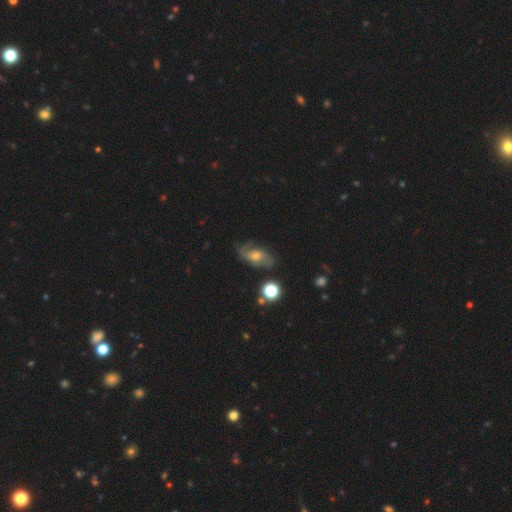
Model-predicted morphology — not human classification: Smooth or featured?
  - featured or disk: 64% *
  - smooth: 23%
  - star or artifact: 13%
Edge-on disk?
  - no: 92% *
  - yes: 8%
Bar?
  - no: 55% *
  - weak: 37%
  - strong: 8%
Spiral arms?
  - yes: 87% *
  - no: 13%
Spiral winding?
  - medium: 44% *
  - loose: 28%
  - tight: 28%
Spiral arm count?
  - 2: 64% *
  - can't tell: 20%
  - 1: 6%
  - 3: 5%
  - 4: 2%
  - more than 4: 2%
Bulge size?
  - moderate: 59% *
  - small: 30%
  - large: 7%
  - none: 3%
  - dominant: 1%
Merging?
  - none: 70% *
  - minor disturbance: 19%
  - major disturbance: 8%
  - merger: 3%